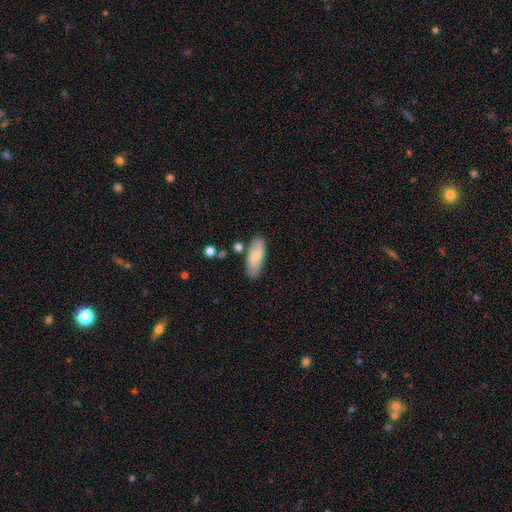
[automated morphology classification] Smooth or featured: smooth — 68% (featured or disk — 26%)
How rounded: in between — 79% (cigar-shaped — 18%)
Merging: none — 78% (minor disturbance — 14%)